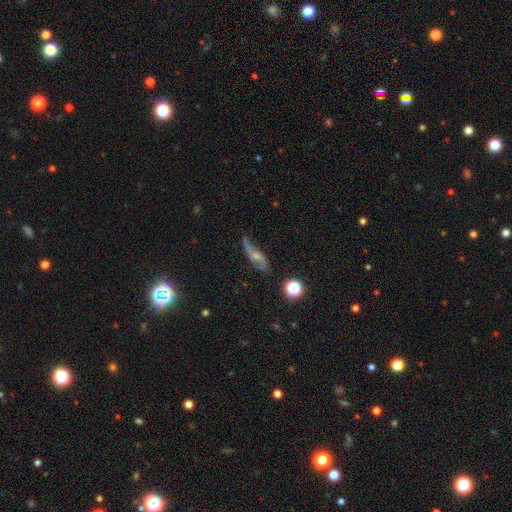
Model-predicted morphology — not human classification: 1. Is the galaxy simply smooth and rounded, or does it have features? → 78% featured or disk, 14% smooth, 8% star or artifact.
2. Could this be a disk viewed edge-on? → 89% no, 11% yes.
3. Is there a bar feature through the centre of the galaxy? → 56% no, 33% weak, 11% strong.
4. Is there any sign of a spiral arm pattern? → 94% yes, 6% no.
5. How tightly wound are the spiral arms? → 81% loose, 14% medium, 4% tight.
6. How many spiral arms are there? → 91% 2, 3% can't tell, 3% 1, 1% 3, 1% 4, 1% more than 4.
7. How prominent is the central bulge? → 55% small, 33% moderate, 9% none, 2% large, 1% dominant.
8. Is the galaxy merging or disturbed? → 68% none, 20% minor disturbance, 9% major disturbance, 3% merger.